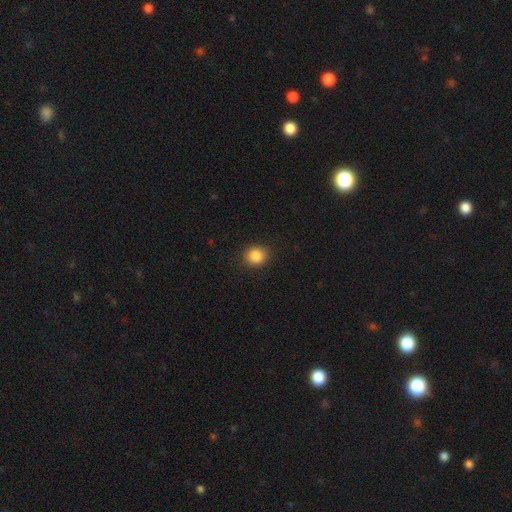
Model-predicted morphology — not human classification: smooth 87%, star or artifact 10%, featured or disk 4%. Down the decision tree: how rounded — round (78%); merging — none (89%).